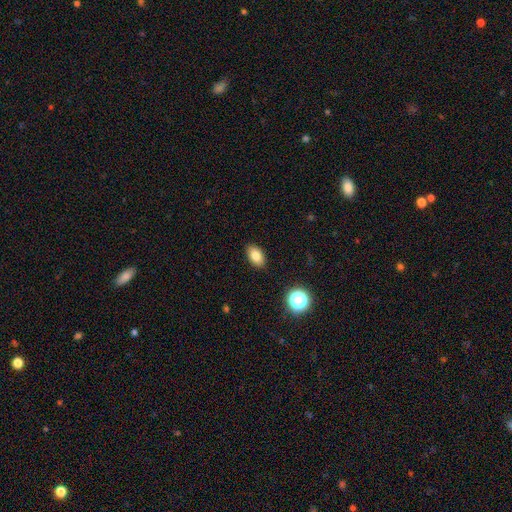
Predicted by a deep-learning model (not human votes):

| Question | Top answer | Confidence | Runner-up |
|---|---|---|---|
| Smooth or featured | smooth | 82% | star or artifact (10%) |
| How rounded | in between | 89% | round (9%) |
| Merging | none | 89% | minor disturbance (8%) |